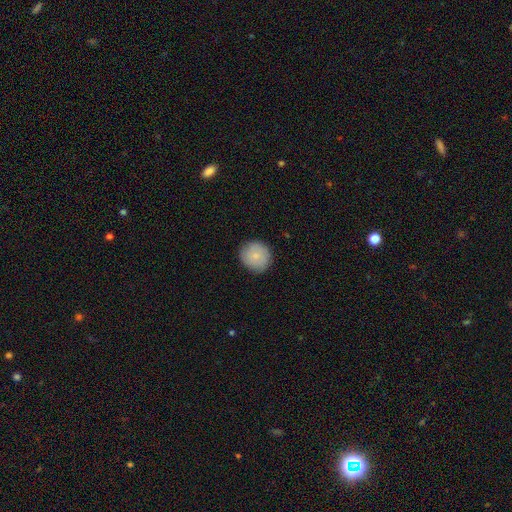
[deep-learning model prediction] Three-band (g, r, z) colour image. It shows a smooth galaxy with no disk features (79%) that is round (92%). Merging: none (87%).